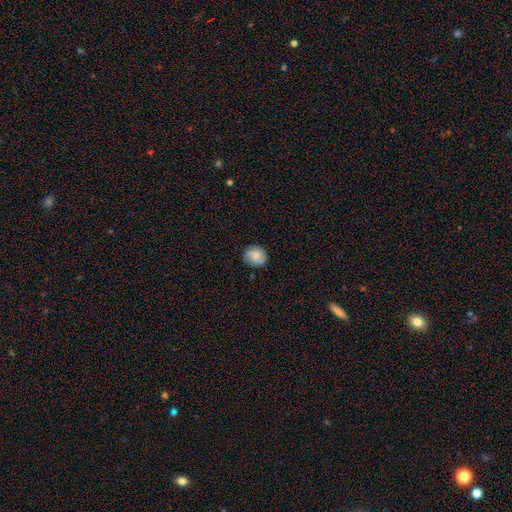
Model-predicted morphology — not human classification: smooth 82%, featured or disk 10%, star or artifact 8%. Down the decision tree: how rounded — round (79%); merging — none (78%).